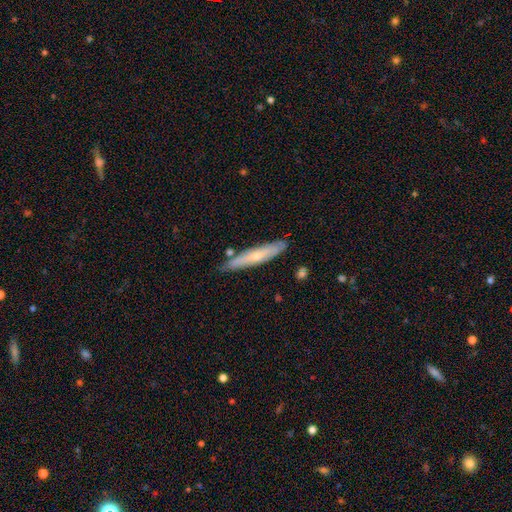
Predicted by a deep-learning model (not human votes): Morphology: type=featured or disk (49%); merging=none (80%).